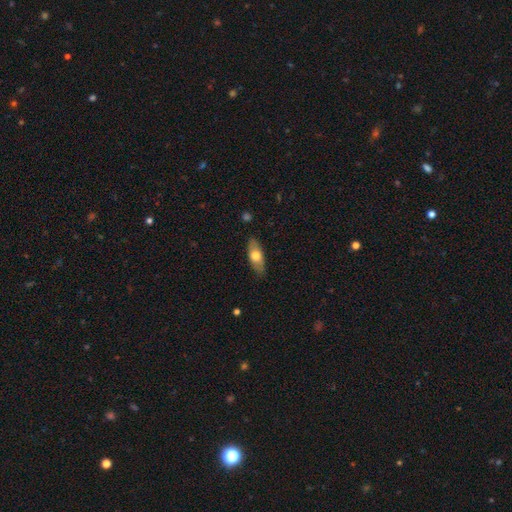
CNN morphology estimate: This is likely a smooth galaxy (64%). How rounded: likely in between (77%). Merging: clearly none (85%).